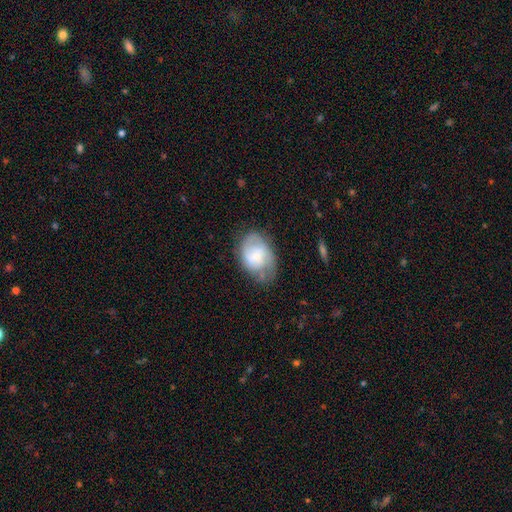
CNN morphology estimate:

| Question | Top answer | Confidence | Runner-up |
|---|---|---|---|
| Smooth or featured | smooth | 50% | featured or disk (43%) |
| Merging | none | 51% | minor disturbance (31%) |